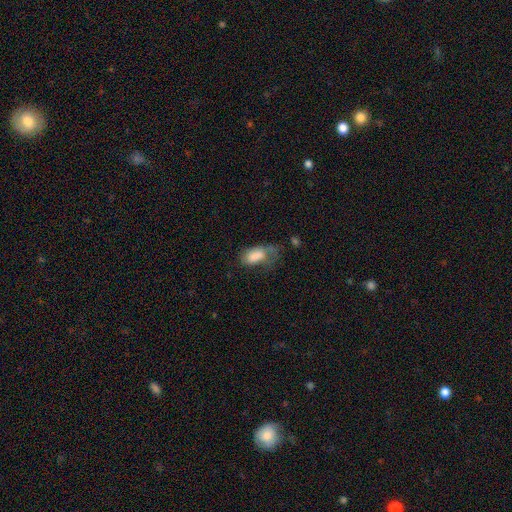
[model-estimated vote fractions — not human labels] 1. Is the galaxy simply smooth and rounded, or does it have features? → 77% smooth, 15% featured or disk, 8% star or artifact.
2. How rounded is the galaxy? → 92% in between, 4% round, 3% cigar-shaped.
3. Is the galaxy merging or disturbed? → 38% major disturbance, 30% minor disturbance, 27% none, 5% merger.